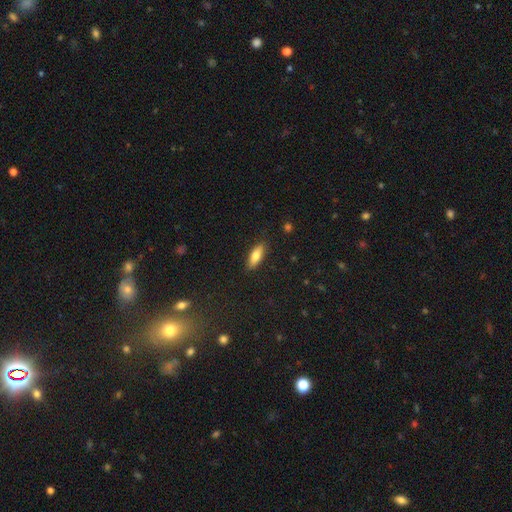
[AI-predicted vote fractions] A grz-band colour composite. It shows a smooth galaxy with no disk features (78%) that is in between round and cigar-shaped (69%). Merging: none (87%).